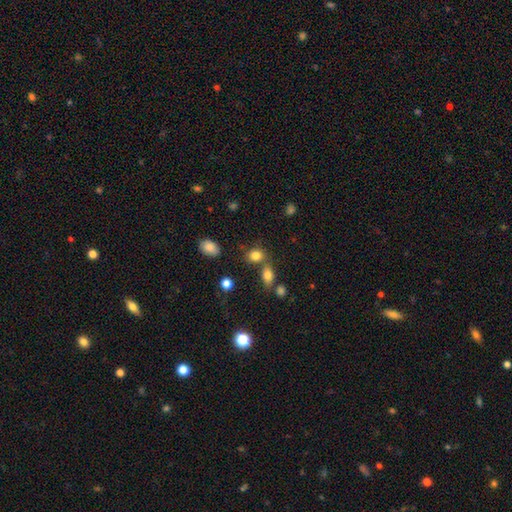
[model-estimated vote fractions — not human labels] A smooth galaxy with no disk features (81%) that is in between round and cigar-shaped (52%). Merging: none (60%).